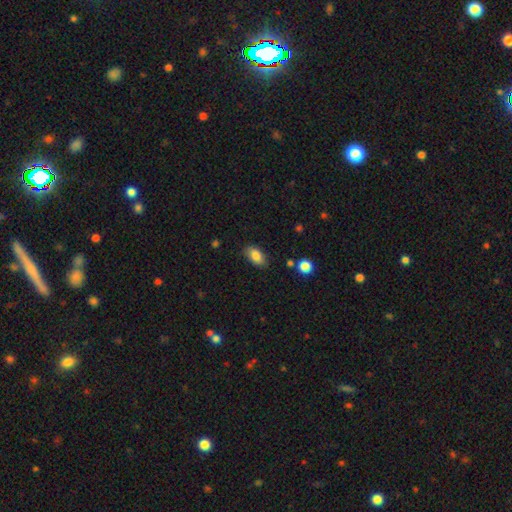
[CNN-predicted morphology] The model was most divided on "merging": none: 79%, minor disturbance: 16%, major disturbance: 3%, merger: 2%. More confident: how rounded — in between (91%); smooth or featured — smooth (84%).